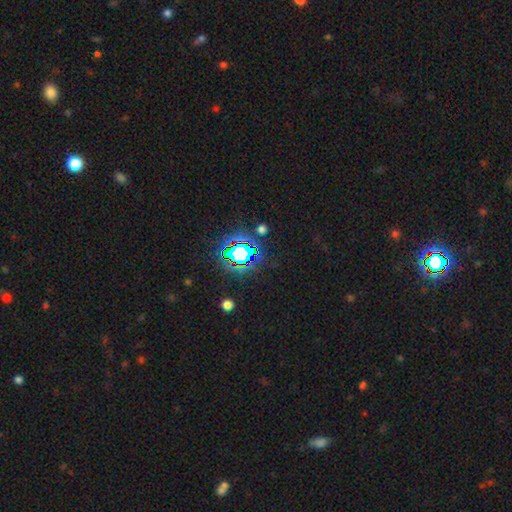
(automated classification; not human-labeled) smooth-or-featured: star or artifact: 80% | smooth: 13% | featured or disk: 7%